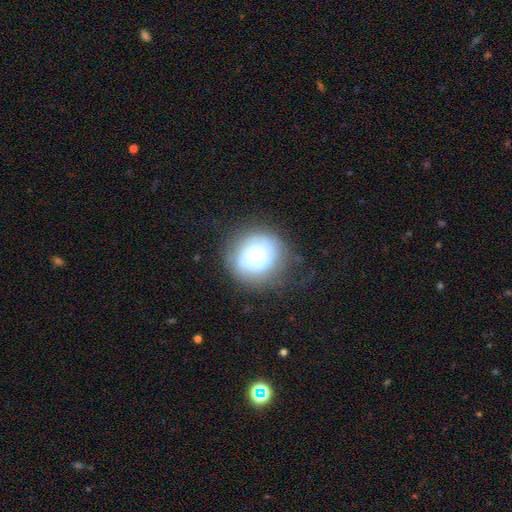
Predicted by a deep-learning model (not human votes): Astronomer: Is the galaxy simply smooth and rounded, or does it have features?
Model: featured or disk — 56% (runner-up: smooth, 35%).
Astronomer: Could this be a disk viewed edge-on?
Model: no — 97%.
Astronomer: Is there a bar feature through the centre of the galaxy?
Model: no — 81%.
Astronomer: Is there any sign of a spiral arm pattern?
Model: yes — 61% (runner-up: no, 39%).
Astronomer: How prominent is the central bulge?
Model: moderate — 60%.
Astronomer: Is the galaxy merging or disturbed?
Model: none — 67%.